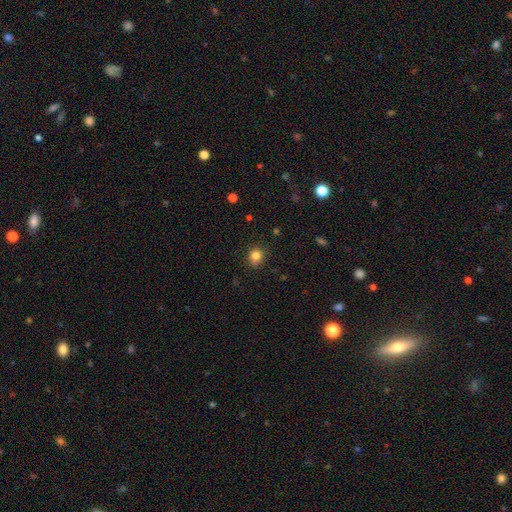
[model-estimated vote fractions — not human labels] Smooth or featured: smooth — 83% (star or artifact — 12%)
How rounded: round — 78% (in between — 21%)
Merging: none — 77% (minor disturbance — 18%)